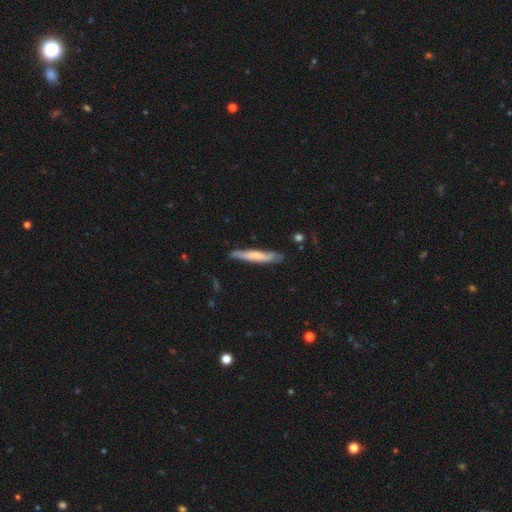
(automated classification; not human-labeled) The model was most divided on "smooth or featured": smooth: 60%, featured or disk: 35%, star or artifact: 5%. More confident: how rounded — cigar-shaped (93%); merging — none (79%).